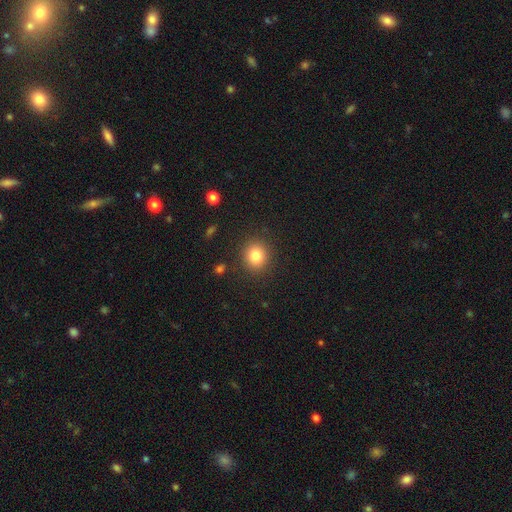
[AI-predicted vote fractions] A smooth galaxy with no disk features (82%) that is round (81%). Merging: none (88%).